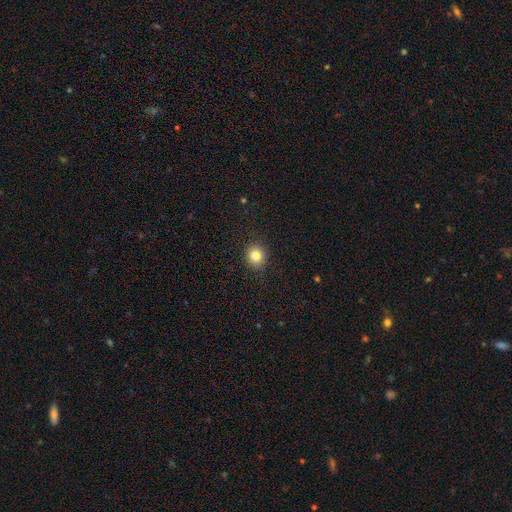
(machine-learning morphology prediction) Overall: smooth (83%). How rounded: round (85%). Merging: none (90%).